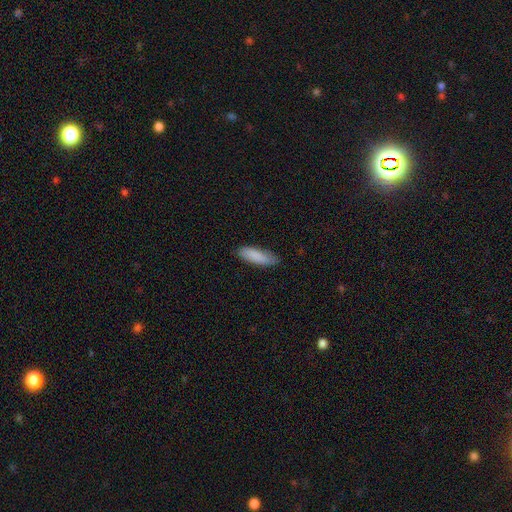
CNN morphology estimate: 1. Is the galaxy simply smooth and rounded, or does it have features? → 87% smooth, 7% featured or disk, 6% star or artifact.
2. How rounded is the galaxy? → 51% in between, 47% cigar-shaped, 1% round.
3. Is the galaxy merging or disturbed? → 80% none, 16% minor disturbance, 3% major disturbance, 1% merger.